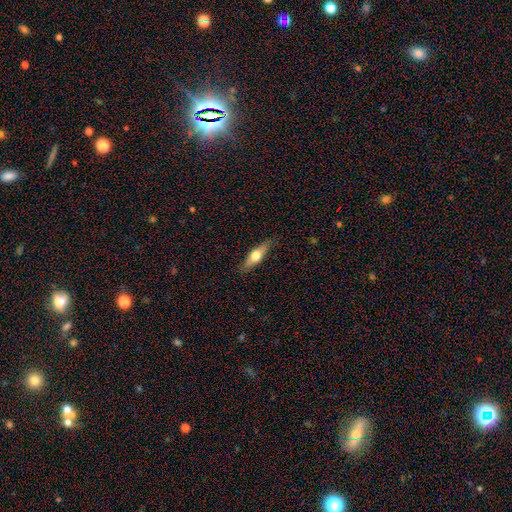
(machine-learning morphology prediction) smooth 50%, featured or disk 44%, star or artifact 6%. Down the decision tree: how rounded — cigar-shaped (56%); merging — none (85%).